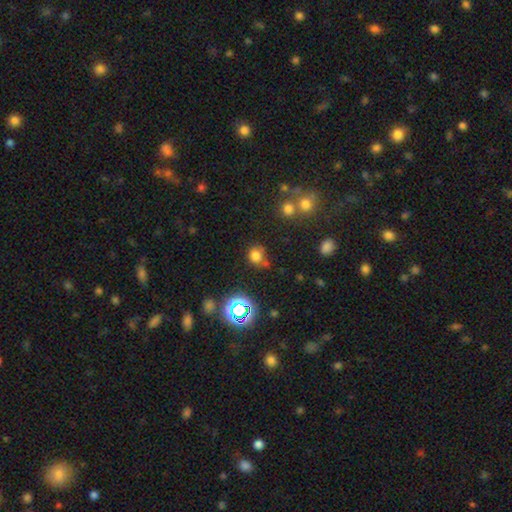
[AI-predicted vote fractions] A smooth galaxy with no disk features (71%) that is round (78%).

Vote fractions:
- Smooth or featured? smooth: 71% / star or artifact: 21% / featured or disk: 7%
- How rounded? round: 78% / in between: 21% / cigar-shaped: 1%
- Merging? none: 65% / minor disturbance: 16% / merger: 12% / major disturbance: 6%